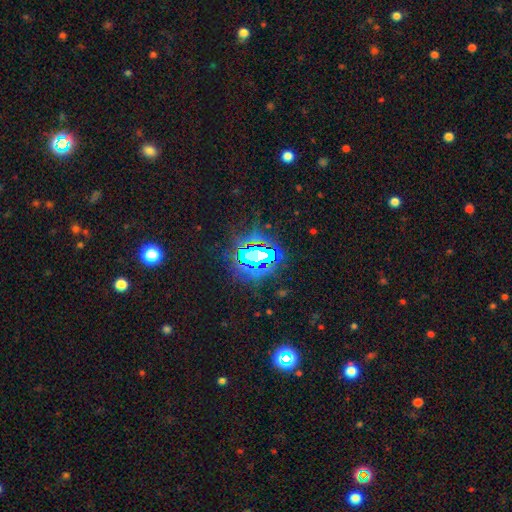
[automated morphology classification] This appears to be a star or artifact, not a galaxy (67%).